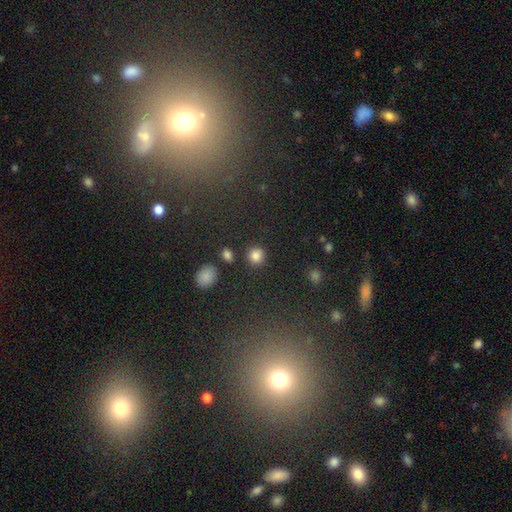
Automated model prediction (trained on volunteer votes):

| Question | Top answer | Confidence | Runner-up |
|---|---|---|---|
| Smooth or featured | smooth | 84% | star or artifact (12%) |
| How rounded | round | 89% | in between (10%) |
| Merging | none | 84% | minor disturbance (8%) |